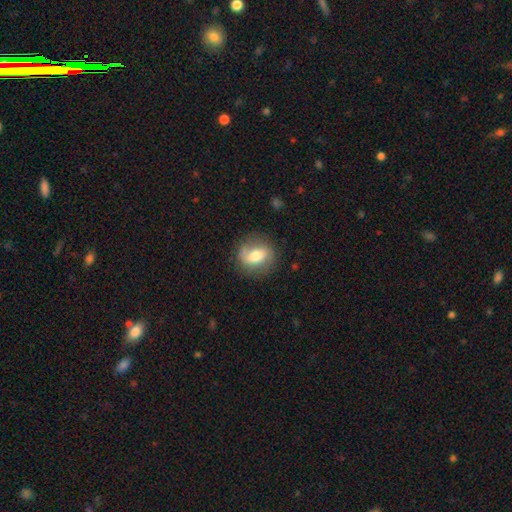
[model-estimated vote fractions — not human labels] smooth_or_featured: smooth (p=0.55) [alt: featured or disk p=0.37]
how_rounded: round (p=0.62) [alt: in between p=0.36]
merging: none (p=0.76) [alt: minor disturbance p=0.16]